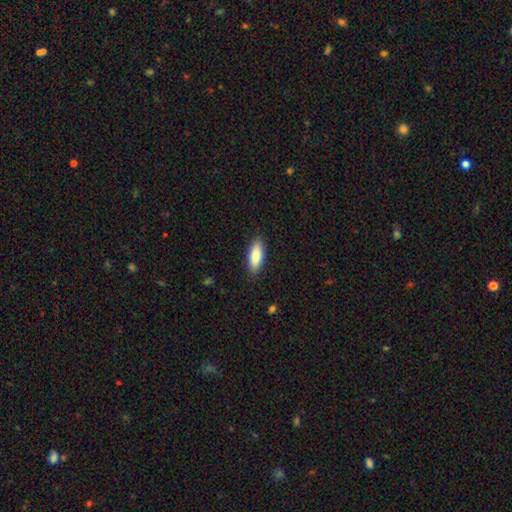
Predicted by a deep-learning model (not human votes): This is clearly a smooth galaxy (84%). How rounded: likely in between (67%). Merging: clearly none (88%).